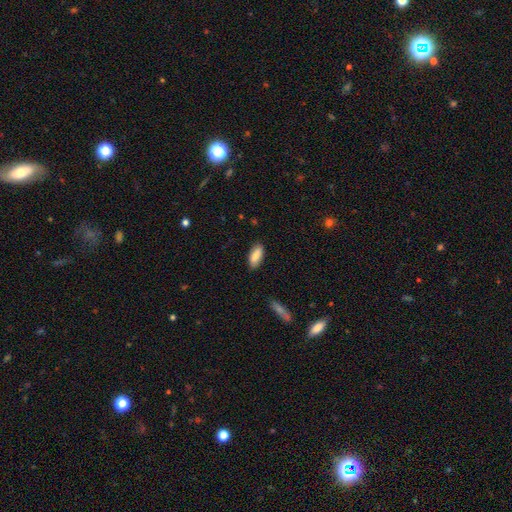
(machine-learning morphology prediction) A smooth galaxy with no disk features (84%) that is in between round and cigar-shaped (80%). Merging: none (85%).